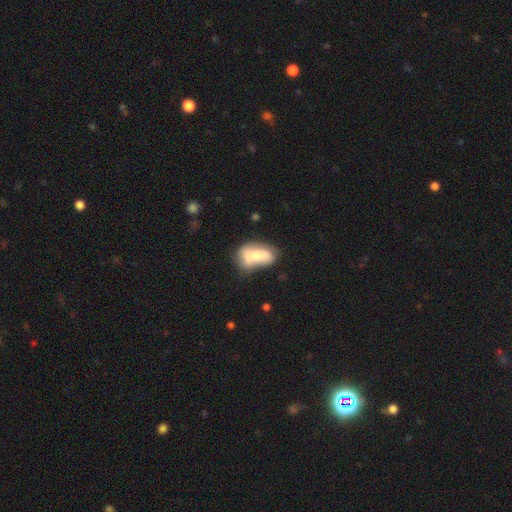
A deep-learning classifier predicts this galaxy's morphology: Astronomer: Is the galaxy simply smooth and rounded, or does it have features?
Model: smooth — 60%.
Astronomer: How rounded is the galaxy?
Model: in between — 87%.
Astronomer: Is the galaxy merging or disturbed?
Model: none — 36% (runner-up: minor disturbance, 26%).